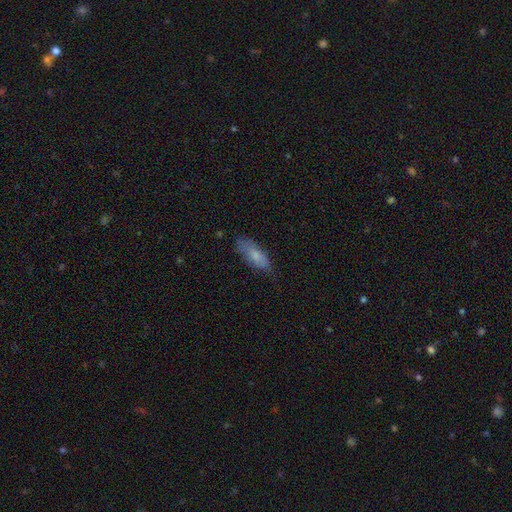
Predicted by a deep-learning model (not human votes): This appears to be a smooth galaxy with no disk features (76%) that is in between round and cigar-shaped (69%). Merging: none (64%).